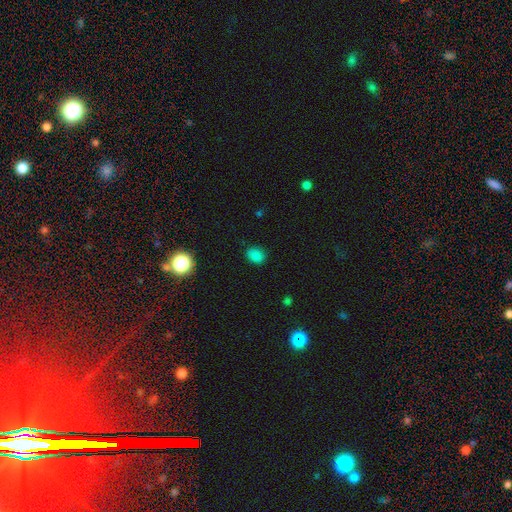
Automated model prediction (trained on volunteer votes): A smooth galaxy with no disk features (81%) that is round (51%).

Vote fractions:
- Smooth or featured? smooth: 81% / star or artifact: 16% / featured or disk: 4%
- How rounded? round: 51% / in between: 48% / cigar-shaped: 1%
- Merging? none: 83% / minor disturbance: 13% / major disturbance: 3% / merger: 1%